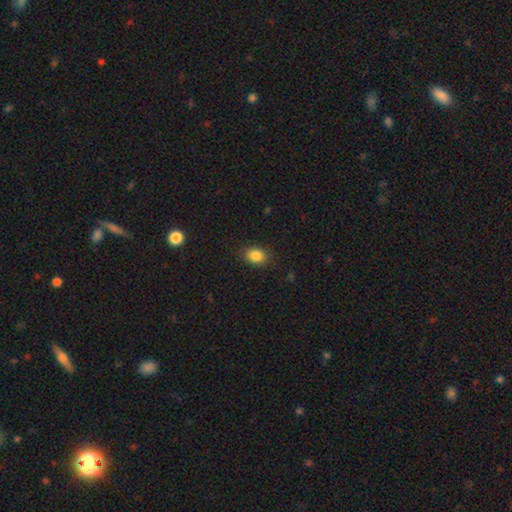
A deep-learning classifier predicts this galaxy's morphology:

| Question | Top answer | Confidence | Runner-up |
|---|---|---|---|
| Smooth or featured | smooth | 86% | star or artifact (10%) |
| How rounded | in between | 54% | round (45%) |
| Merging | none | 86% | minor disturbance (11%) |